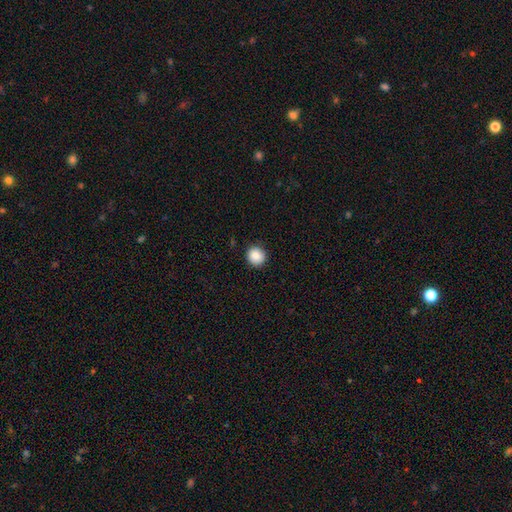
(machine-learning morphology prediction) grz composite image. It shows a smooth galaxy with no disk features (86%) that is round (92%). Merging: none (91%).